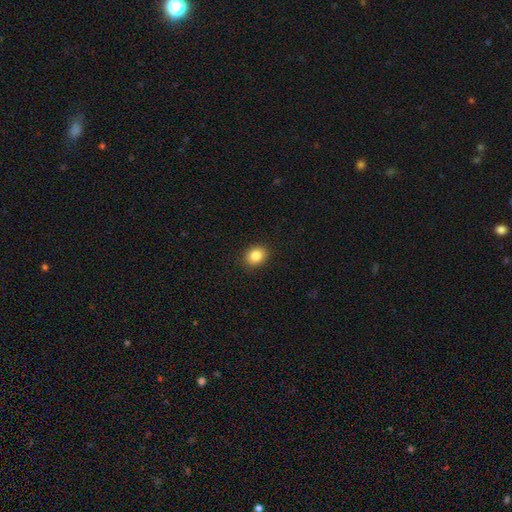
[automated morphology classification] smooth 84%, star or artifact 10%, featured or disk 6%. Down the decision tree: how rounded — round (58%); merging — none (90%).